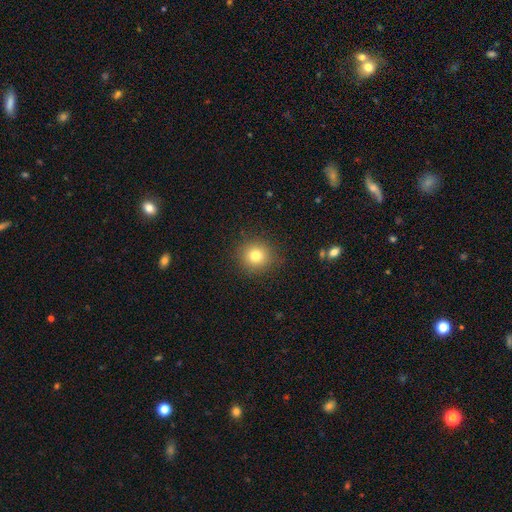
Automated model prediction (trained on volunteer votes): smooth 78%, star or artifact 13%, featured or disk 9%. Down the decision tree: how rounded — round (93%); merging — none (89%).